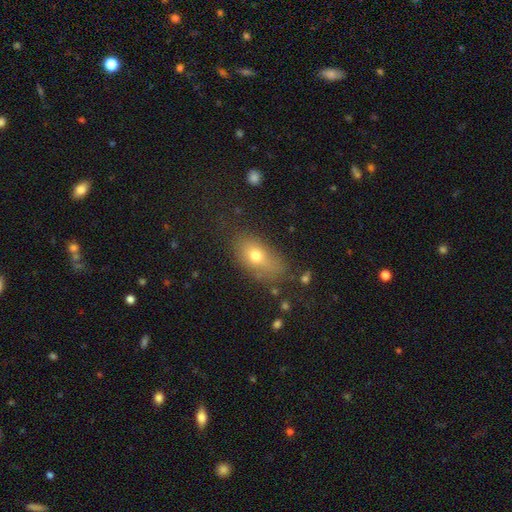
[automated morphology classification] Smooth or featured?
  - smooth: 71% *
  - featured or disk: 17%
  - star or artifact: 12%
How rounded?
  - in between: 81% *
  - round: 13%
  - cigar-shaped: 5%
Merging?
  - none: 63% *
  - minor disturbance: 22%
  - major disturbance: 11%
  - merger: 4%